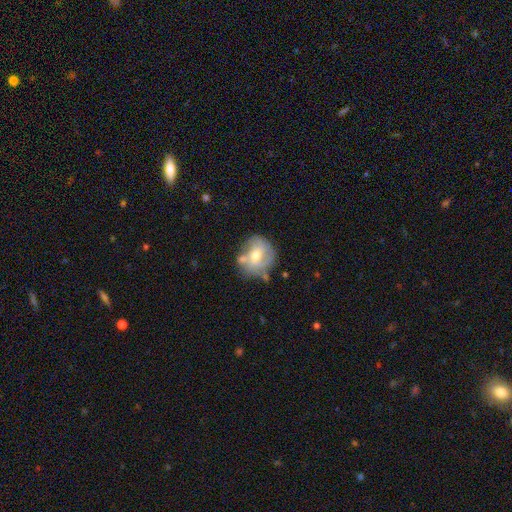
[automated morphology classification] Overall: featured or disk (53%; smooth 39%). Edge-on disk: no (96%). Bar: no (63%; weak 30%). Spiral arms: yes (56%; no 44%). Bulge size: moderate (68%). Merging: none (54%; minor disturbance 24%).